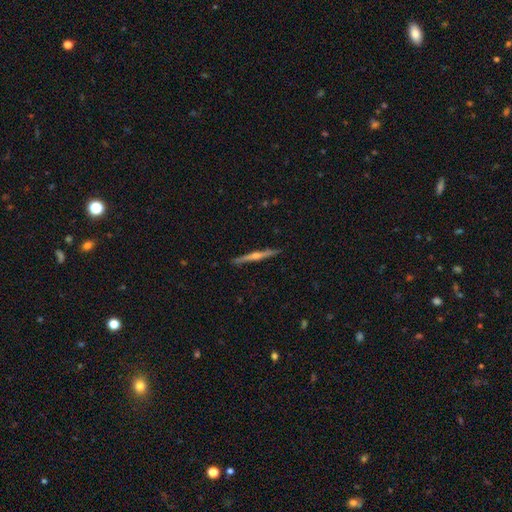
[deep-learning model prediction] A featured or disk galaxy (78%) viewed edge-on (98%) with a rounded central bulge (86%). Merging: none (91%).